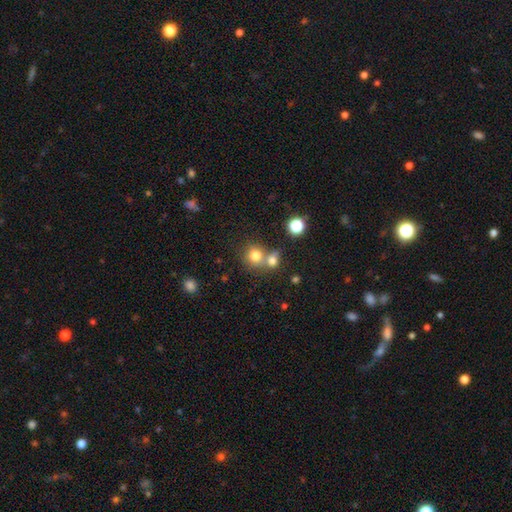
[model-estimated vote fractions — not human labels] The model was most divided on "merging": none: 48%, merger: 41%, minor disturbance: 8%, major disturbance: 4%. More confident: how rounded — round (83%); smooth or featured — smooth (76%).